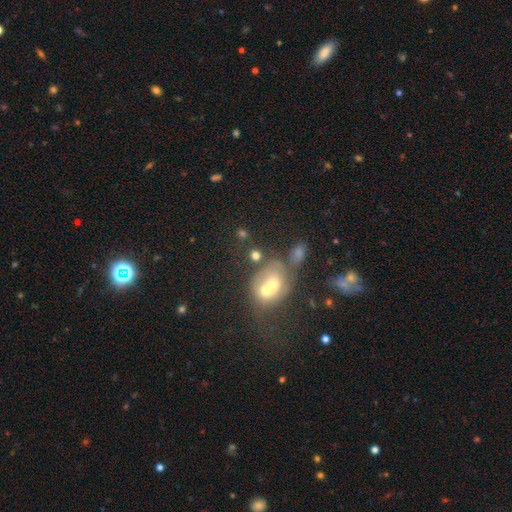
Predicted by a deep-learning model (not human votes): This is likely a smooth galaxy (61%). How rounded: likely round (66%). Merging: possibly merger (54%).